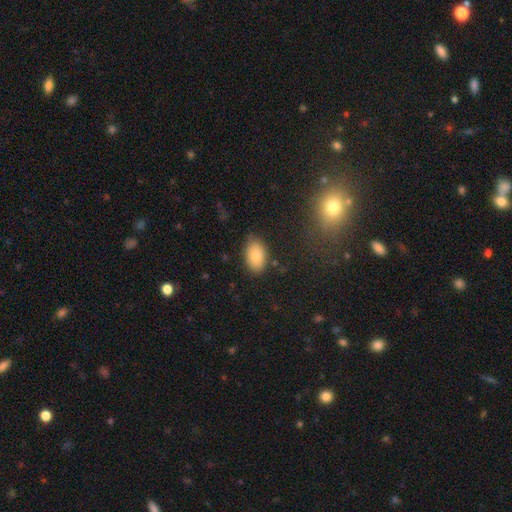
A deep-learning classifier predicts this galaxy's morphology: A smooth galaxy with no disk features (80%) that is in between round and cigar-shaped (89%).

Vote fractions:
- Smooth or featured? smooth: 80% / featured or disk: 11% / star or artifact: 8%
- How rounded? in between: 89% / round: 10% / cigar-shaped: 1%
- Merging? none: 81% / minor disturbance: 14% / major disturbance: 3% / merger: 2%